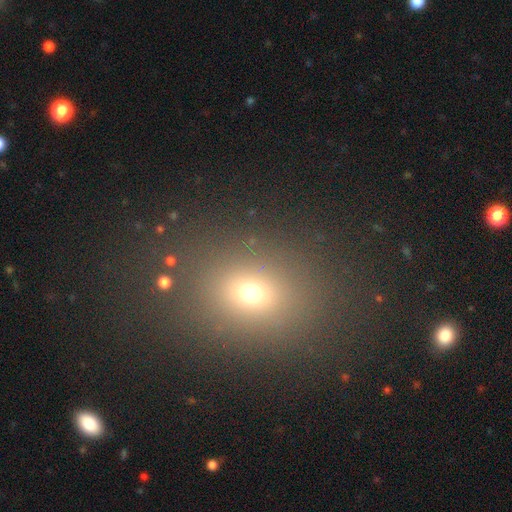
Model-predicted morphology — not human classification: Smooth or featured? Predicted: smooth (p=0.61). How rounded? Predicted: in between (p=0.53). Merging? Predicted: none (p=0.85).